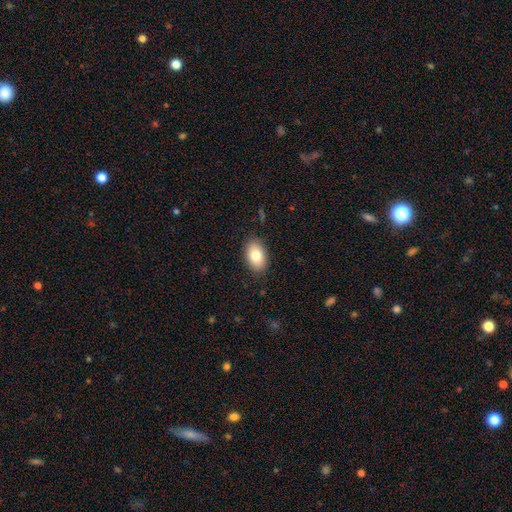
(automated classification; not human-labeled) Q: Smooth or featured?
A: smooth (80%); runner-up: featured or disk (12%)
Q: How rounded?
A: in between (89%); runner-up: round (10%)
Q: Merging?
A: none (87%); runner-up: minor disturbance (10%)